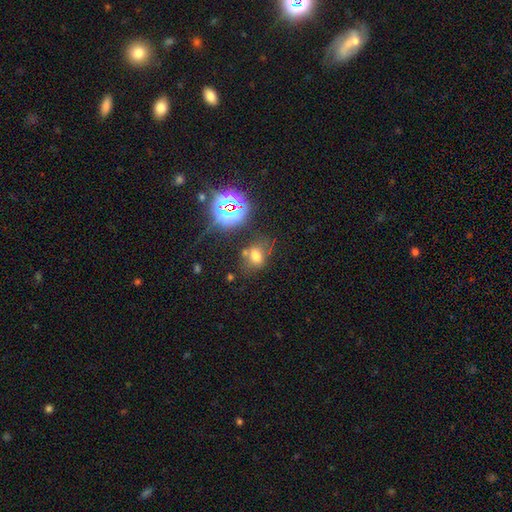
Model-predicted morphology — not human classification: This is likely a smooth galaxy (62%). How rounded: likely in between (64%). Merging: possibly none (58%).